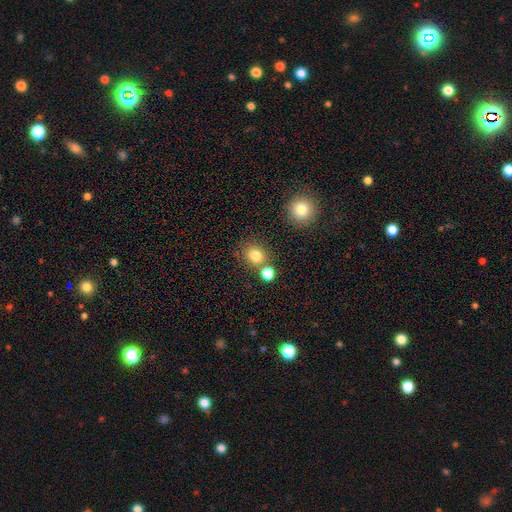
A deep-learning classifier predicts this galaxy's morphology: A smooth galaxy with no disk features (79%) that is round (77%). Merging: none (71%).